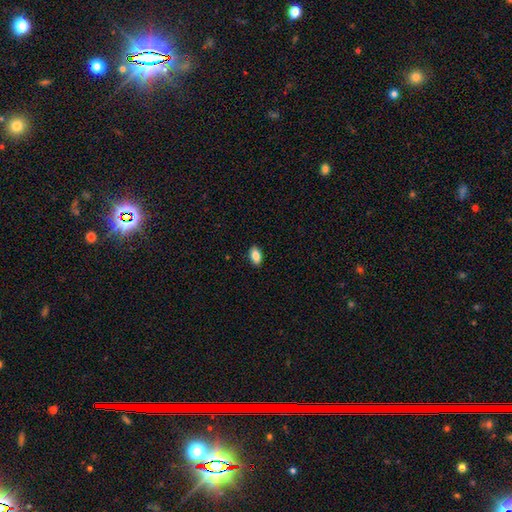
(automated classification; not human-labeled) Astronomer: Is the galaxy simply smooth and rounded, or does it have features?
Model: smooth — 85%.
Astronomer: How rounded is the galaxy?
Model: in between — 91%.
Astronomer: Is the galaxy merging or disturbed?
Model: none — 90%.